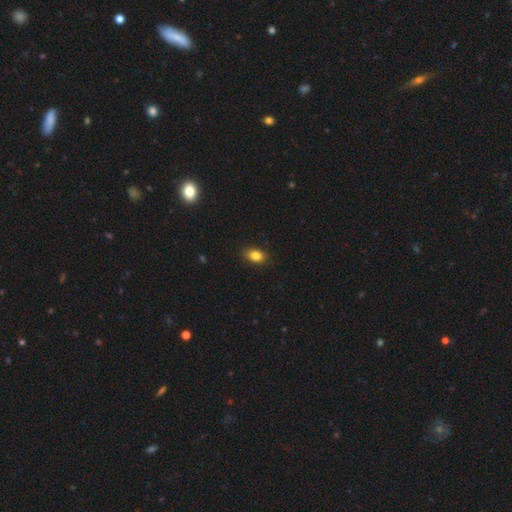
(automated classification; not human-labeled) Smooth or featured: smooth — 85% (star or artifact — 10%)
How rounded: in between — 78% (round — 20%)
Merging: none — 87% (minor disturbance — 10%)